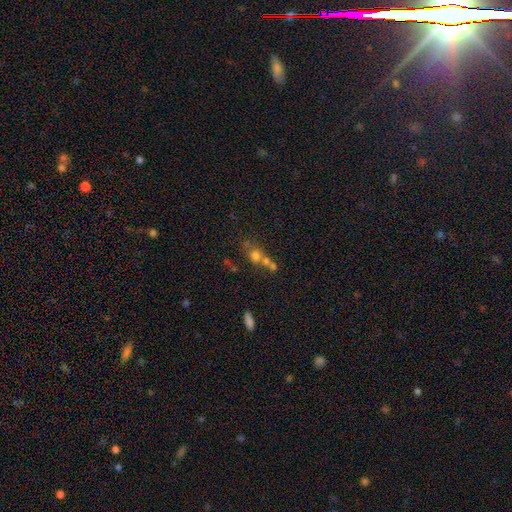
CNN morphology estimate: Q: Smooth or featured?
A: smooth (63%); runner-up: featured or disk (20%)
Q: How rounded?
A: round (67%); runner-up: in between (30%)
Q: Merging?
A: merger (48%); runner-up: none (37%)